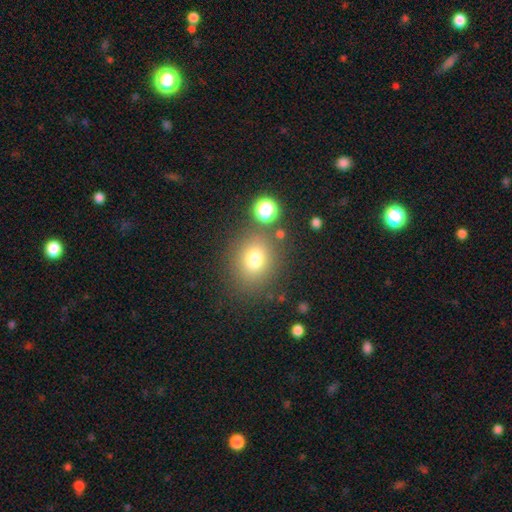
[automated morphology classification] type=smooth (66%); roundness=round (73%); merging=none (80%).